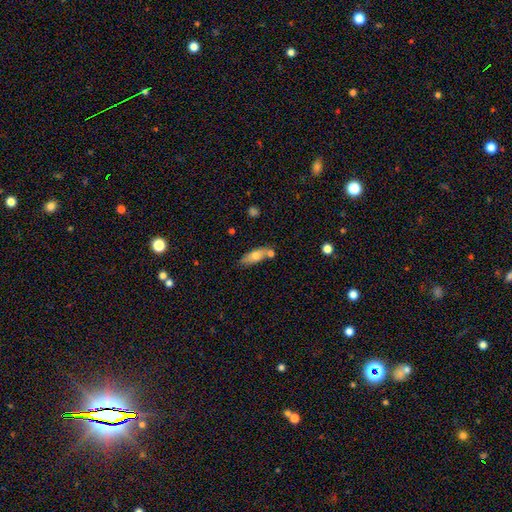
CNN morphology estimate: This appears to be a smooth galaxy with no disk features (66%) that is in between round and cigar-shaped (63%). Merging: none (61%).